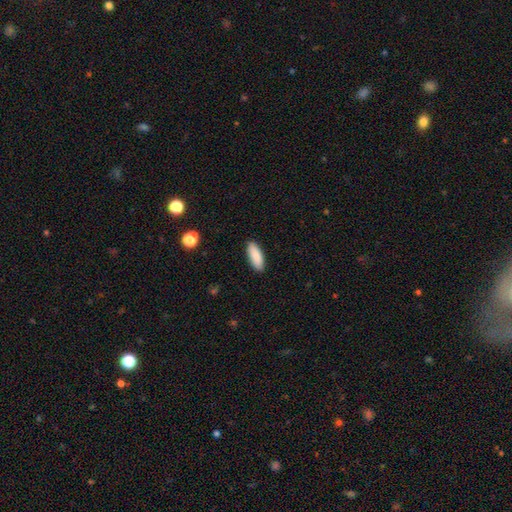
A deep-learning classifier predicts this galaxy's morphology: Q: Smooth or featured?
A: smooth (89%); runner-up: star or artifact (6%)
Q: How rounded?
A: in between (70%); runner-up: cigar-shaped (28%)
Q: Merging?
A: none (89%); runner-up: minor disturbance (8%)